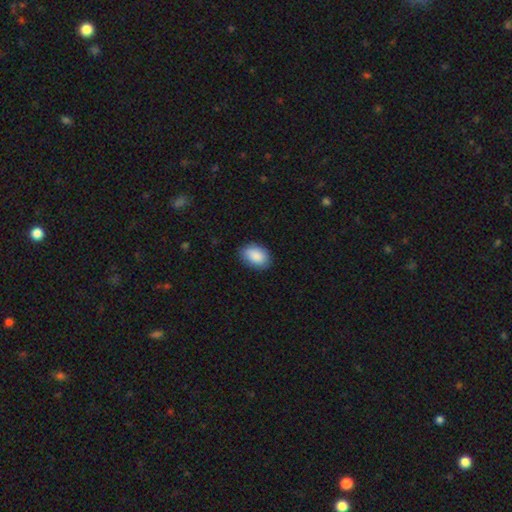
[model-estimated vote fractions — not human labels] Morphology: type=smooth (90%); roundness=in between (89%); merging=none (85%).